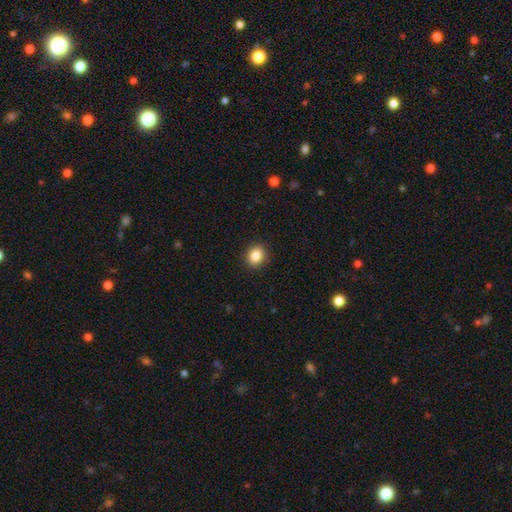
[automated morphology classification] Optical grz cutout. It shows a smooth galaxy with no disk features (85%) that is round (77%). Merging: none (91%).